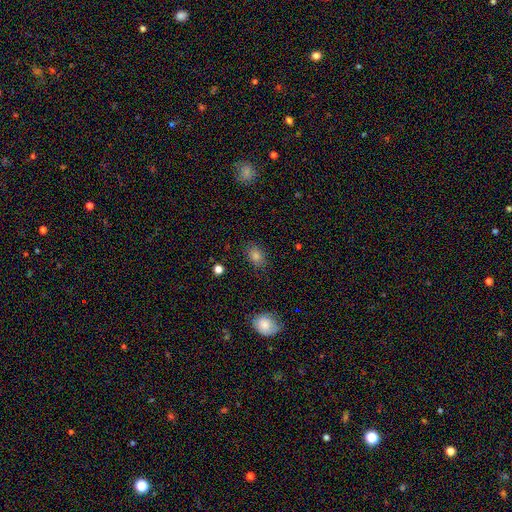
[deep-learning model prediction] Q: Smooth or featured?
A: smooth (80%); runner-up: star or artifact (13%)
Q: How rounded?
A: in between (75%); runner-up: round (24%)
Q: Merging?
A: none (84%); runner-up: minor disturbance (12%)